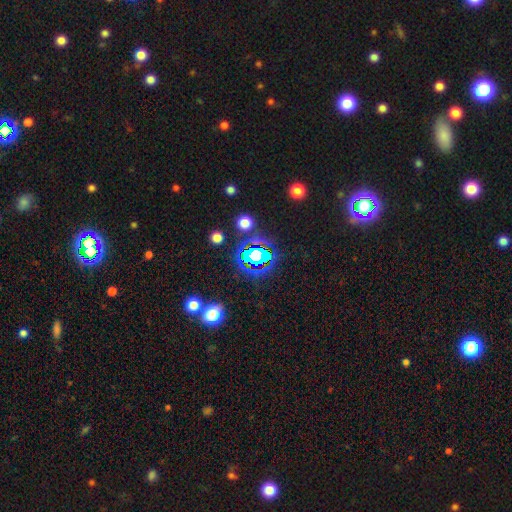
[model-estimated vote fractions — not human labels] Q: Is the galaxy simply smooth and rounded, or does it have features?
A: star or artifact — 63%.